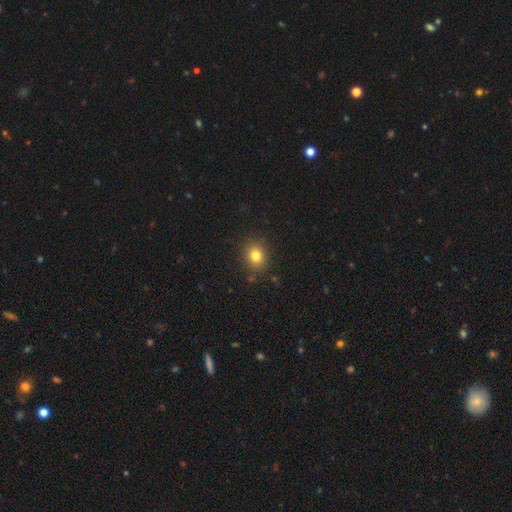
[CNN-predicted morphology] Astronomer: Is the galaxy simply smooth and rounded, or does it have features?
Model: smooth — 80%.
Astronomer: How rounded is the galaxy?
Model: round — 66%.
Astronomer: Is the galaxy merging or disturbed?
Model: none — 87%.